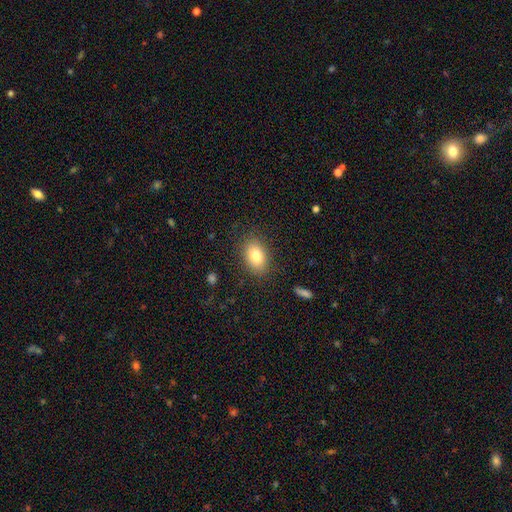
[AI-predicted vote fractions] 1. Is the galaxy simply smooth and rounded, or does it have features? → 82% smooth, 10% featured or disk, 8% star or artifact.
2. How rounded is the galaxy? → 83% in between, 15% round, 1% cigar-shaped.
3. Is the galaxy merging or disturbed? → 85% none, 11% minor disturbance, 4% major disturbance, 1% merger.